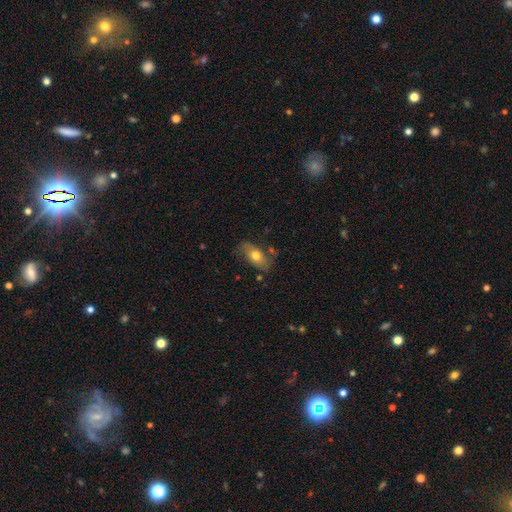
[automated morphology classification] Smooth or featured: smooth — 65% (featured or disk — 27%)
How rounded: in between — 86% (round — 7%)
Merging: none — 69% (minor disturbance — 21%)